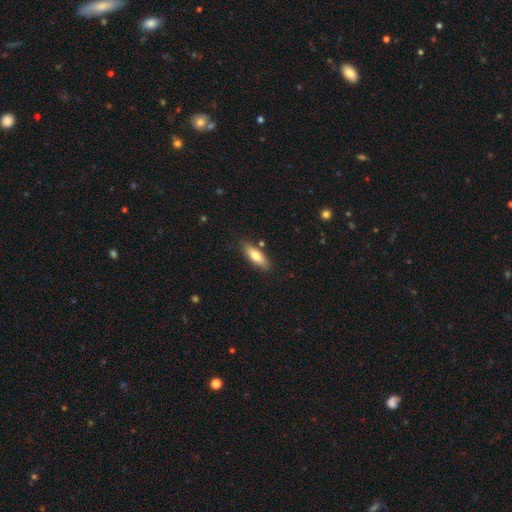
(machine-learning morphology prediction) A smooth galaxy with no disk features (73%) that is in between round and cigar-shaped (60%).

Vote fractions:
- Smooth or featured? smooth: 73% / featured or disk: 21% / star or artifact: 6%
- How rounded? in between: 60% / cigar-shaped: 38% / round: 2%
- Merging? none: 81% / minor disturbance: 12% / merger: 4% / major disturbance: 2%